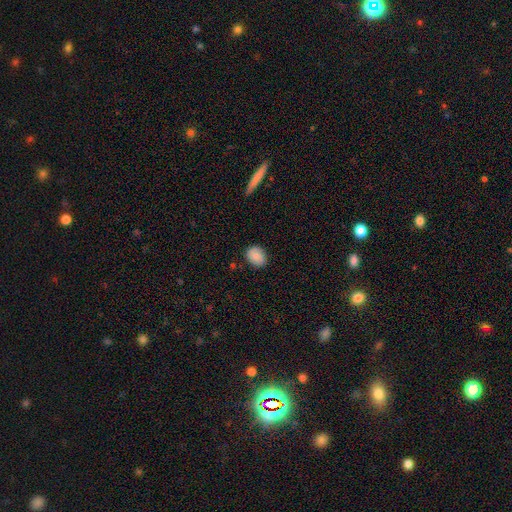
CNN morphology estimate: Q: Smooth or featured?
A: smooth (76%); runner-up: featured or disk (16%)
Q: How rounded?
A: round (54%); runner-up: in between (45%)
Q: Merging?
A: none (82%); runner-up: minor disturbance (14%)